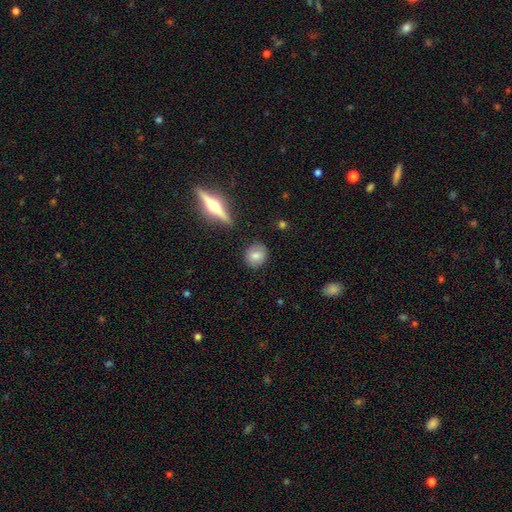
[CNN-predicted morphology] Smooth or featured? smooth (77%)
How rounded? round (79%)
Merging? none (85%)